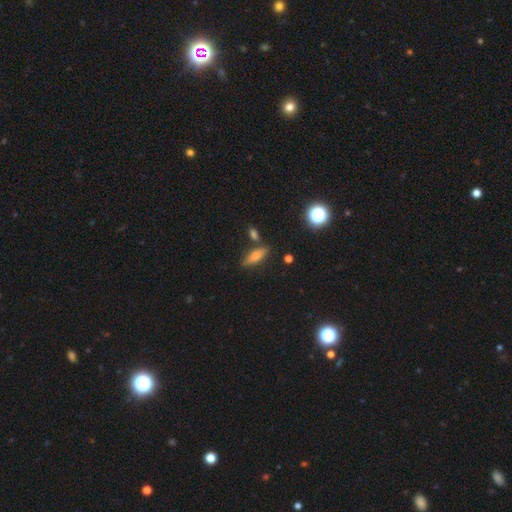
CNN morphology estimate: The model was most divided on "how rounded": in between: 48%, cigar-shaped: 46%, round: 6%. More confident: merging — none (77%); smooth or featured — smooth (59%).